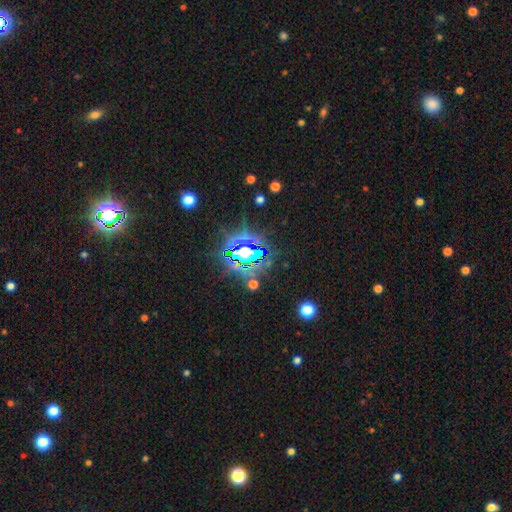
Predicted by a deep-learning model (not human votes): Morphology: type=star or artifact (78%).